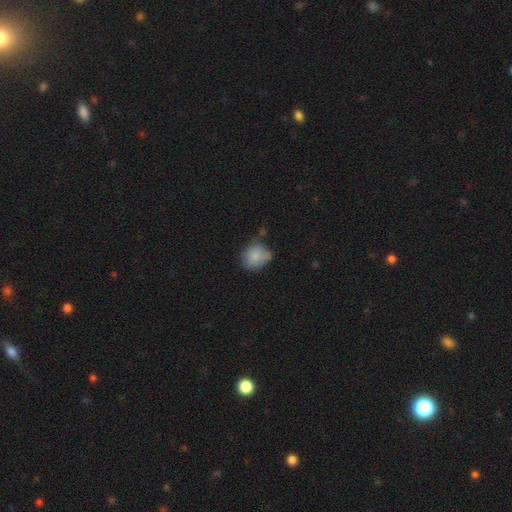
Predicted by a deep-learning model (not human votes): This appears to be a smooth galaxy with no disk features (84%) that is round (68%). Merging: none (56%).